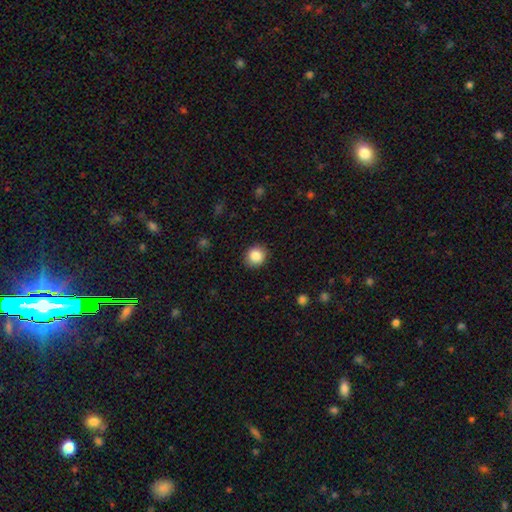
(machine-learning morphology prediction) A smooth galaxy with no disk features (86%) that is round (81%).

Vote fractions:
- Smooth or featured? smooth: 86% / star or artifact: 9% / featured or disk: 4%
- How rounded? round: 81% / in between: 18% / cigar-shaped: 1%
- Merging? none: 89% / minor disturbance: 8% / major disturbance: 2% / merger: 1%